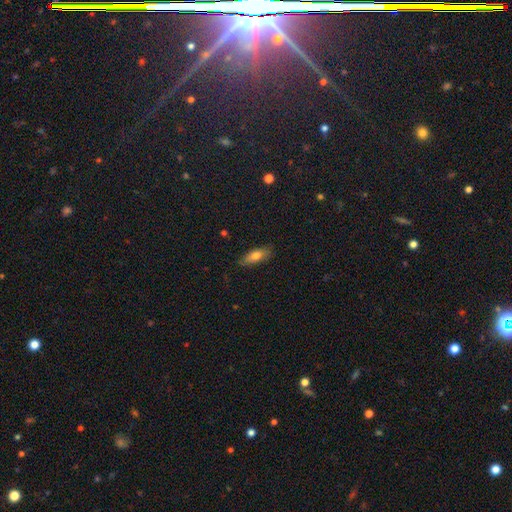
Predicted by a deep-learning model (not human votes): A smooth galaxy with no disk features (73%) that is in between round and cigar-shaped (65%).

Vote fractions:
- Smooth or featured? smooth: 73% / featured or disk: 20% / star or artifact: 7%
- How rounded? in between: 65% / cigar-shaped: 32% / round: 3%
- Merging? none: 81% / minor disturbance: 15% / major disturbance: 3% / merger: 1%